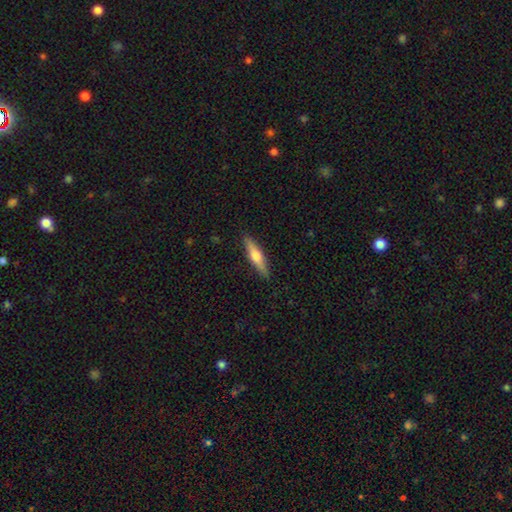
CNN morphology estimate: This appears to be a smooth galaxy with no disk features (49%). Merging: none (89%).